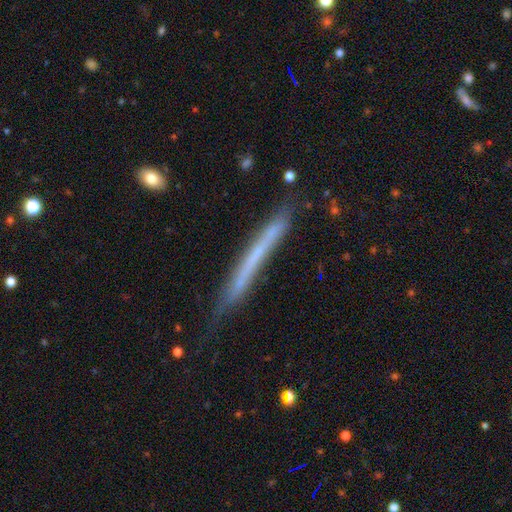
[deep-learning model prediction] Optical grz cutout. It shows a featured or disk galaxy (47%). Merging: none (73%).